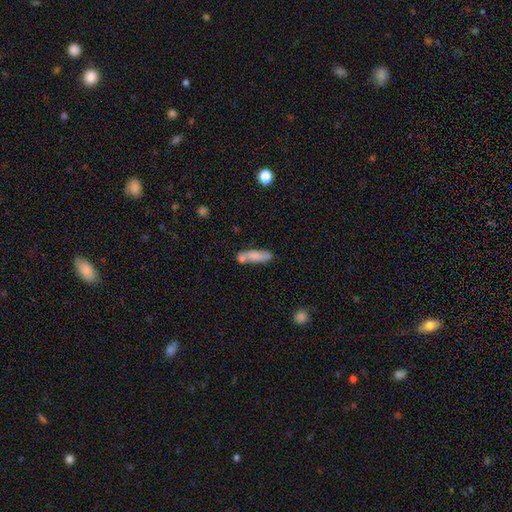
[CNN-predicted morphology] Overall: smooth (77%). How rounded: cigar-shaped (57%; in between 41%). Merging: none (53%; merger 25%).